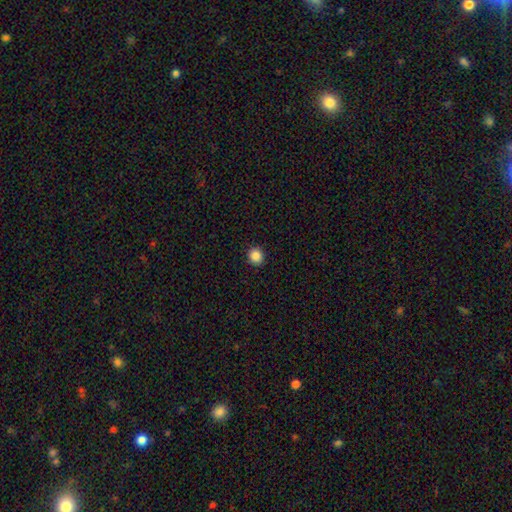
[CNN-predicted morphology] Smooth or featured? smooth (87%)
How rounded? round (87%)
Merging? none (92%)